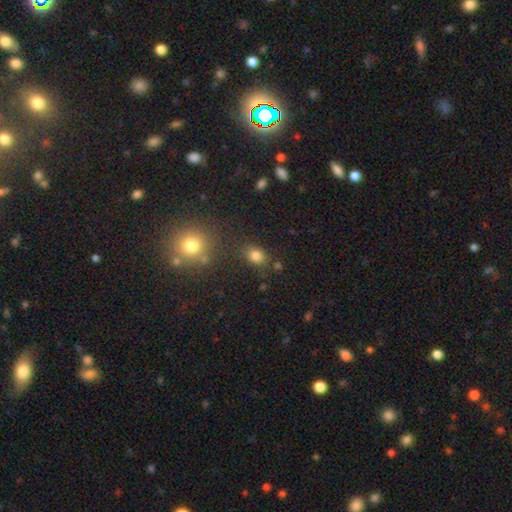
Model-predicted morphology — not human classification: Smooth or featured? smooth (80%)
How rounded? in between (59%)
Merging? none (78%)